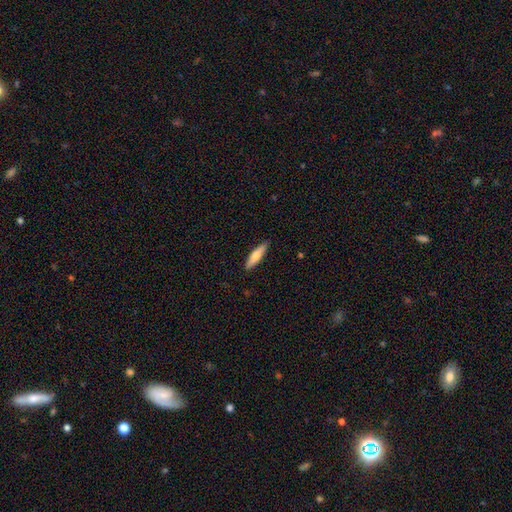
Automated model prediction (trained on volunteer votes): Smooth or featured? smooth (68%)
How rounded? cigar-shaped (73%)
Merging? none (89%)